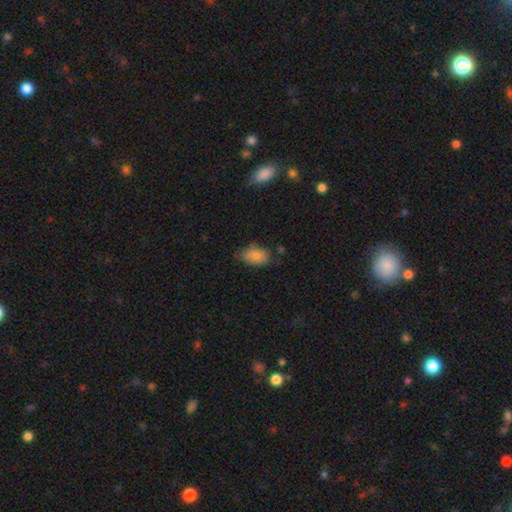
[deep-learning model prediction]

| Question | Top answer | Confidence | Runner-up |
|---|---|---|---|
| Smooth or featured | smooth | 85% | featured or disk (8%) |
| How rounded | in between | 91% | round (8%) |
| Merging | none | 70% | minor disturbance (22%) |